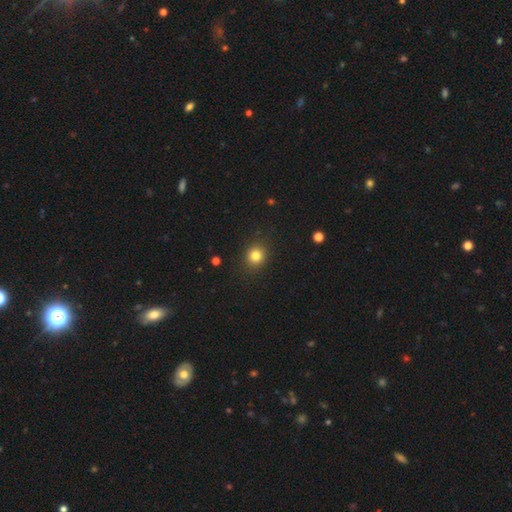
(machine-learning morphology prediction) The model was most divided on "how rounded": round: 82%, in between: 17%, cigar-shaped: 1%. More confident: merging — none (89%); smooth or featured — smooth (81%).